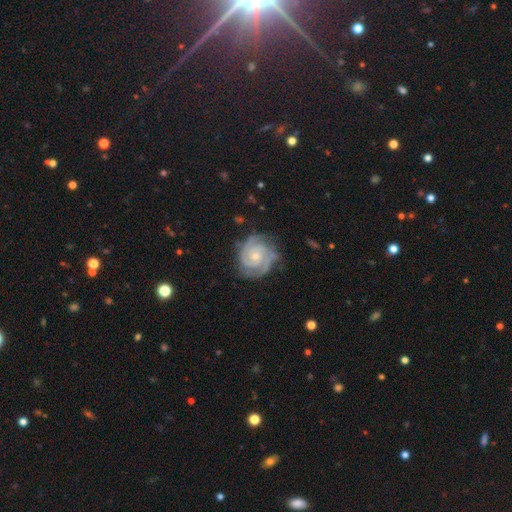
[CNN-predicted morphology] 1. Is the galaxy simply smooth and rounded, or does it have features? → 89% featured or disk, 7% smooth, 4% star or artifact.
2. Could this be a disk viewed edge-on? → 98% no, 2% yes.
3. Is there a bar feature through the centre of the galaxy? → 70% no, 25% weak, 4% strong.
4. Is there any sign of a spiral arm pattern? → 98% yes, 2% no.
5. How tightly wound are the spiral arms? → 70% tight, 26% medium, 4% loose.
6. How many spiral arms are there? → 45% 2, 29% 3, 13% can't tell, 5% 4, 4% 1, 4% more than 4.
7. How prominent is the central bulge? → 56% small, 39% moderate, 3% none, 2% large, 1% dominant.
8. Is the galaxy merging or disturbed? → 73% none, 19% minor disturbance, 6% major disturbance, 1% merger.